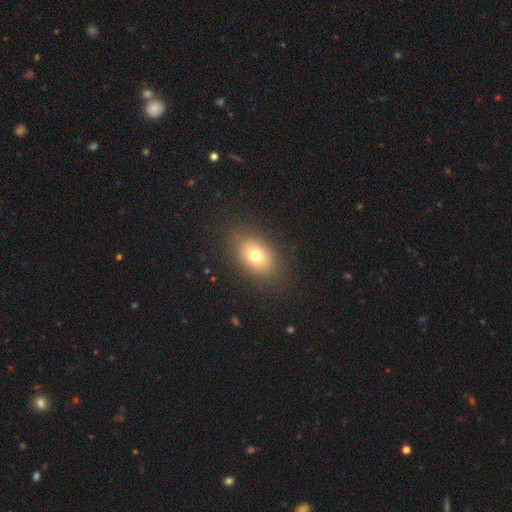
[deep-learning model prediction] A smooth galaxy with no disk features (74%) that is in between round and cigar-shaped (80%). Merging: none (86%).